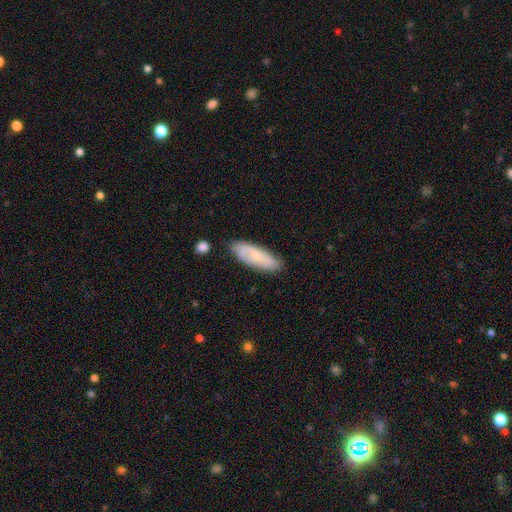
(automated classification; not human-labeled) Smooth or featured? smooth (53%)
How rounded? in between (62%)
Merging? none (78%)